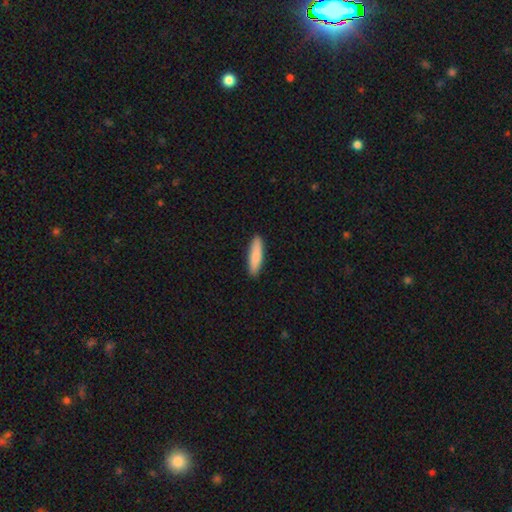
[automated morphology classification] Q: Smooth or featured?
A: smooth (86%); runner-up: featured or disk (9%)
Q: How rounded?
A: cigar-shaped (72%); runner-up: in between (27%)
Q: Merging?
A: none (90%); runner-up: minor disturbance (7%)